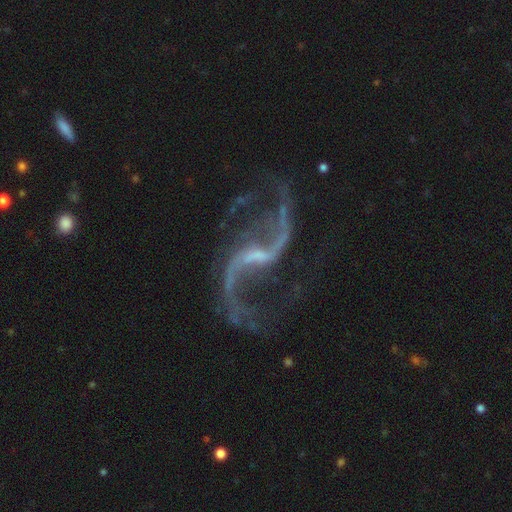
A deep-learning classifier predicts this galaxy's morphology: This appears to be a featured or disk galaxy (93%) with a weak bar (49%), 2 (94%) loose (88%) spiral arms (97%) and a small central bulge (59%). Merging: none (67%).